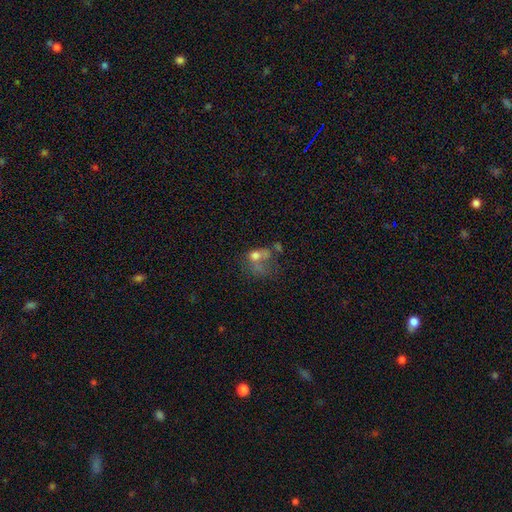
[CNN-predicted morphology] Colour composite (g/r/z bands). It shows a smooth galaxy with no disk features (46%). Merging: major disturbance (38%).